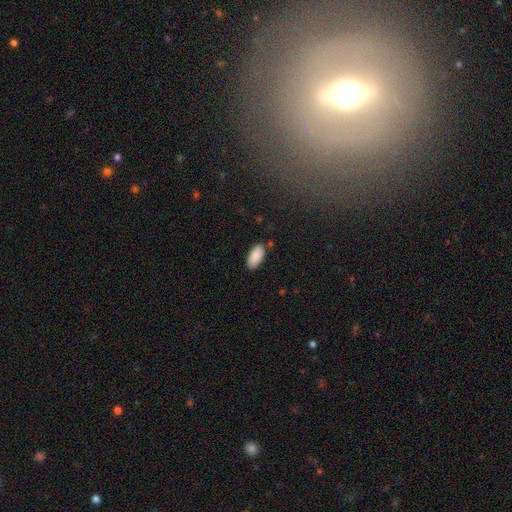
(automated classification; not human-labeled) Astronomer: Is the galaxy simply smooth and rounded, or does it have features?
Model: smooth — 88%.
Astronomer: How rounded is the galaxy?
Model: in between — 93%.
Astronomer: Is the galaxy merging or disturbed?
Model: none — 85%.